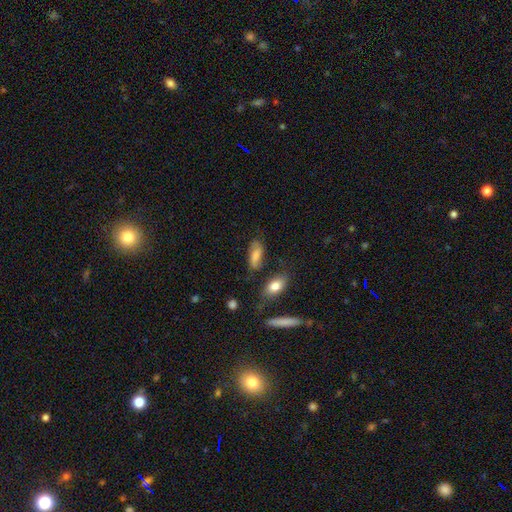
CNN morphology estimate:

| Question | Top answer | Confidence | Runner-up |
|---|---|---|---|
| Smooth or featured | smooth | 75% | featured or disk (17%) |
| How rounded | in between | 77% | cigar-shaped (19%) |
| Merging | none | 62% | minor disturbance (24%) |